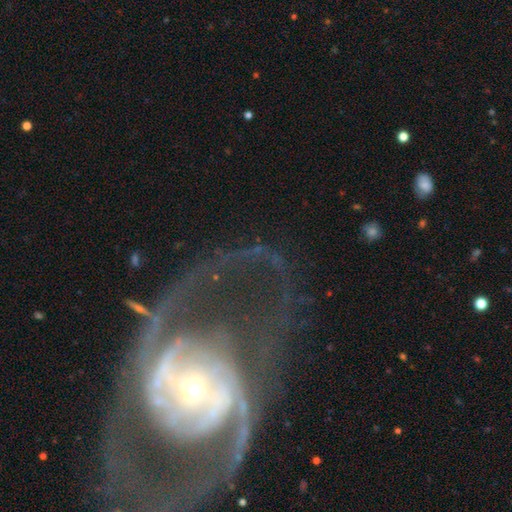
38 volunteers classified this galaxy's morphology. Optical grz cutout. It shows a featured or disk galaxy (82%) with no bar (60%), 2 (68%) loose (43%) spiral arms (93%) and a small central bulge (73%). Merging: none (74%).